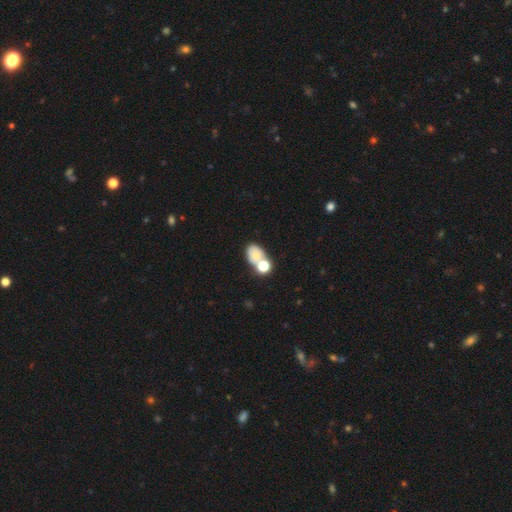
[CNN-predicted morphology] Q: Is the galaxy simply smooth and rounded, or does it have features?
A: smooth — 71%.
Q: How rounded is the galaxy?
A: in between — 71%.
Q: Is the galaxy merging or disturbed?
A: merger — 47%.